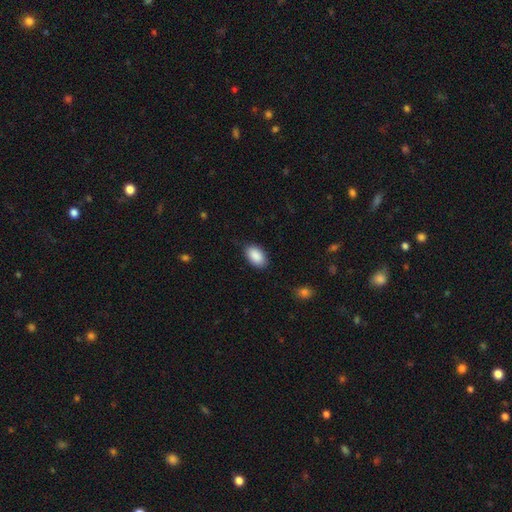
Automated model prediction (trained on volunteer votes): The model was most divided on "merging": none: 82%, minor disturbance: 14%, major disturbance: 3%, merger: 1%. More confident: how rounded — in between (94%); smooth or featured — smooth (90%).